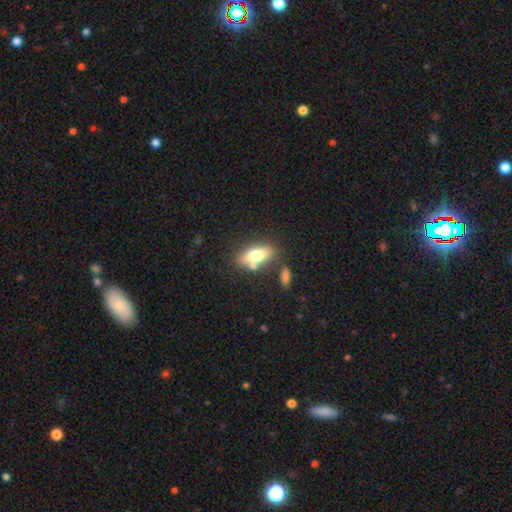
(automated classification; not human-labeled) A smooth galaxy with no disk features (65%) that is in between round and cigar-shaped (73%). Merging: none (68%).